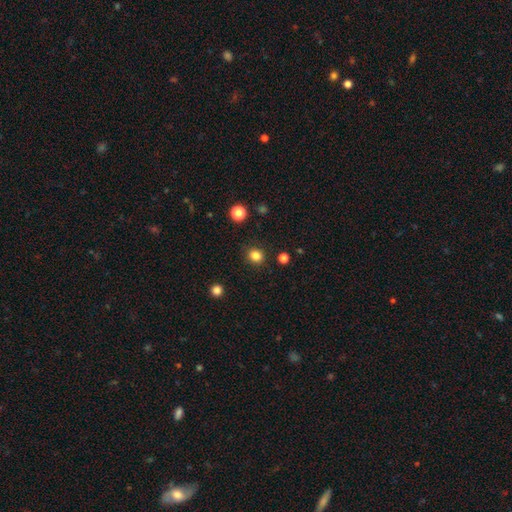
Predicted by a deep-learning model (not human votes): Smooth or featured?
  - smooth: 83% *
  - star or artifact: 13%
  - featured or disk: 4%
How rounded?
  - round: 79% *
  - in between: 20%
  - cigar-shaped: 1%
Merging?
  - none: 89% *
  - minor disturbance: 7%
  - major disturbance: 2%
  - merger: 2%